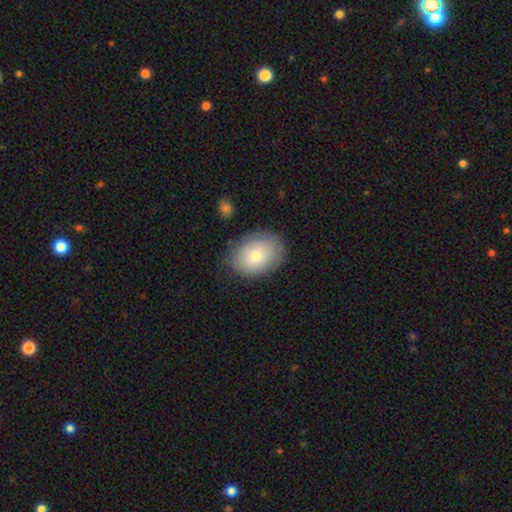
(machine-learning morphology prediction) Smooth or featured? smooth (75%)
How rounded? in between (77%)
Merging? none (79%)